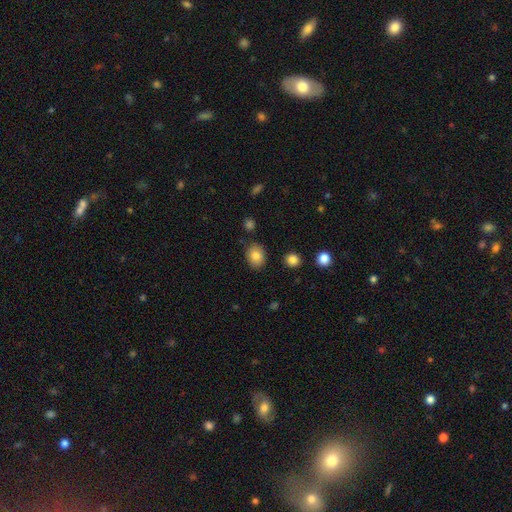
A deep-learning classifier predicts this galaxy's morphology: A smooth galaxy with no disk features (83%) that is in between round and cigar-shaped (55%).

Vote fractions:
- Smooth or featured? smooth: 83% / star or artifact: 9% / featured or disk: 8%
- How rounded? in between: 55% / round: 44% / cigar-shaped: 1%
- Merging? none: 84% / minor disturbance: 11% / major disturbance: 3% / merger: 3%